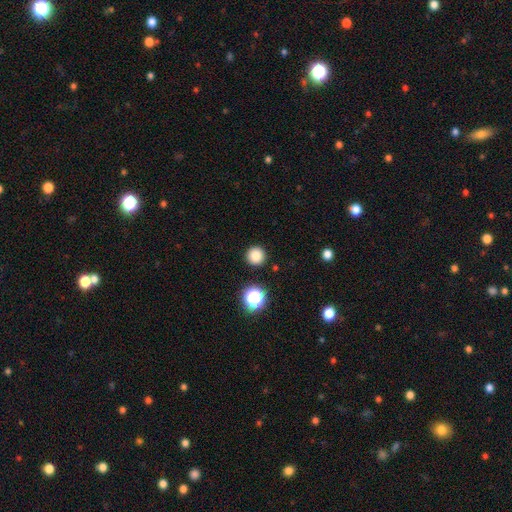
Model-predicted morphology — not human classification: Smooth or featured? smooth (82%)
How rounded? round (96%)
Merging? none (92%)